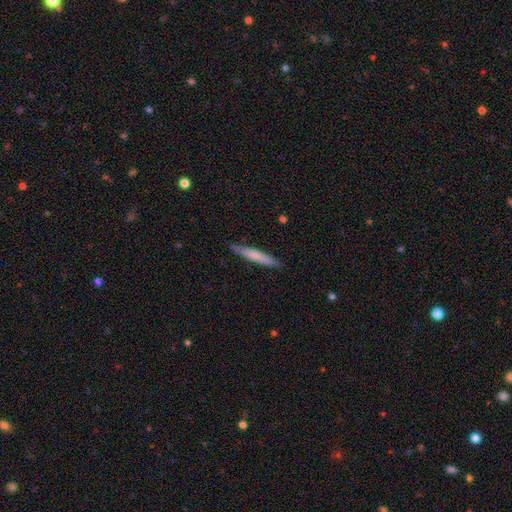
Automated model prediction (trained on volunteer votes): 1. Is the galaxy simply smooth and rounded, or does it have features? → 66% smooth, 29% featured or disk, 5% star or artifact.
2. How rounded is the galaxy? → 95% cigar-shaped, 4% in between, 1% round.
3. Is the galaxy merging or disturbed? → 89% none, 8% minor disturbance, 2% major disturbance, 1% merger.